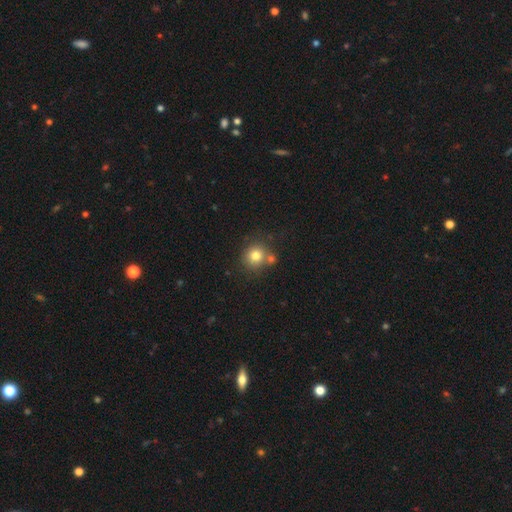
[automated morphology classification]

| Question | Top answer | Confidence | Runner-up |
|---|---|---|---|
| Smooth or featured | smooth | 78% | star or artifact (12%) |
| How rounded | round | 88% | in between (11%) |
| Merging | none | 62% | merger (24%) |